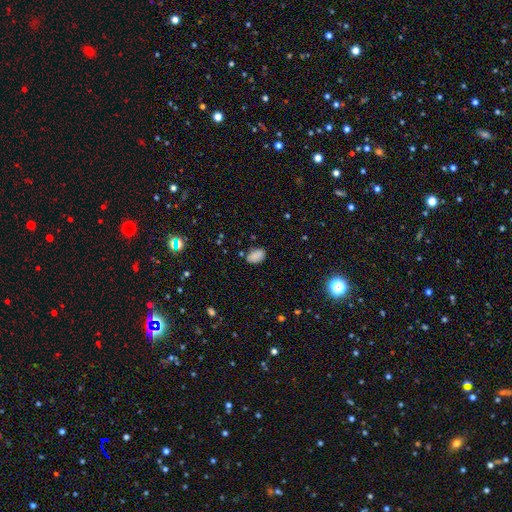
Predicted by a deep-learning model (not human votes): smooth-or-featured: smooth: 84% | star or artifact: 10% | featured or disk: 6%
  how-rounded: in between: 90% | round: 9% | cigar-shaped: 1%
  merging: none: 78% | minor disturbance: 16% | major disturbance: 3% | merger: 2%